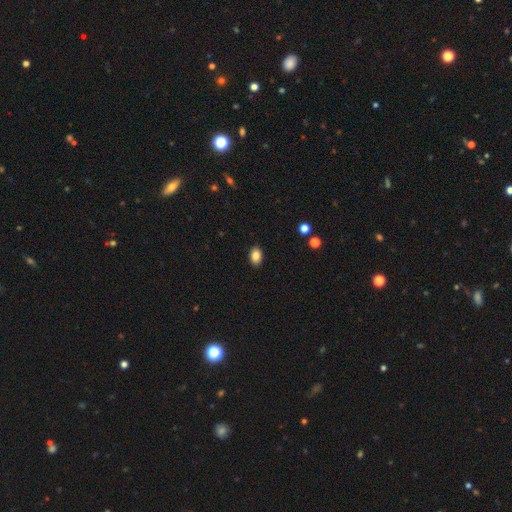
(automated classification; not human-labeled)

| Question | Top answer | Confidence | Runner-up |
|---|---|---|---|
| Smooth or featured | smooth | 86% | star or artifact (9%) |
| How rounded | in between | 85% | round (14%) |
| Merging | none | 89% | minor disturbance (8%) |